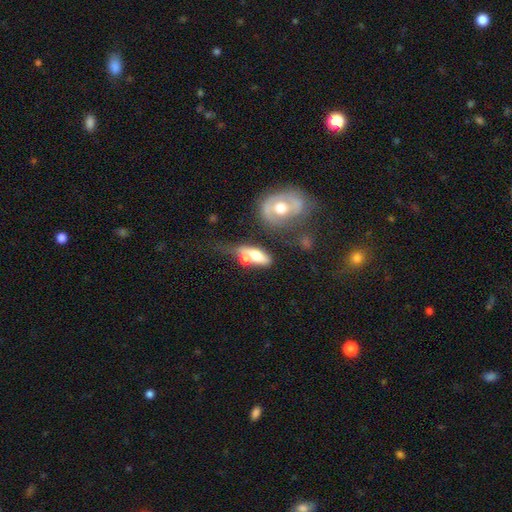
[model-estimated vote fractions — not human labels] smooth_or_featured: smooth (p=0.56) [alt: featured or disk p=0.36]
how_rounded: in between (p=0.75) [alt: cigar-shaped p=0.16]
merging: merger (p=0.48) [alt: none p=0.24]